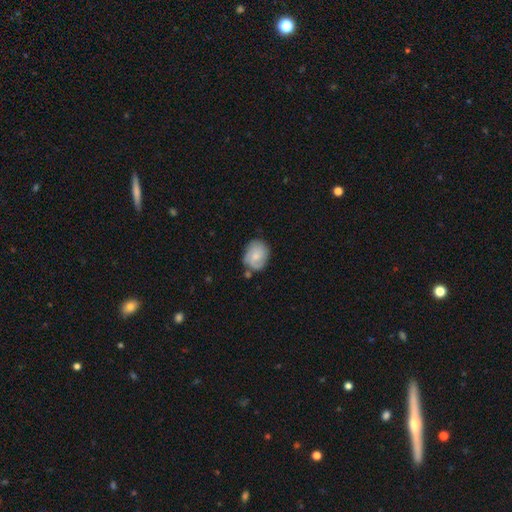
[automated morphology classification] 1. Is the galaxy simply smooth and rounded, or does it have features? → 56% smooth, 37% featured or disk, 7% star or artifact.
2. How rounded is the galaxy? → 52% in between, 47% round, 1% cigar-shaped.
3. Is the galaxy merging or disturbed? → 62% none, 25% minor disturbance, 7% major disturbance, 6% merger.